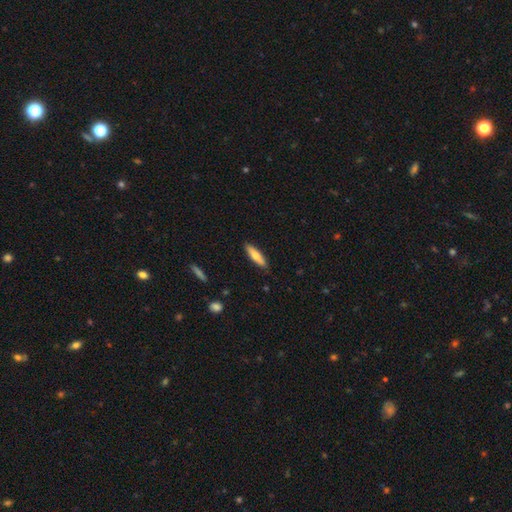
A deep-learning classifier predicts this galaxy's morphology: smooth 71%, featured or disk 23%, star or artifact 6%. Down the decision tree: how rounded — cigar-shaped (70%); merging — none (88%).